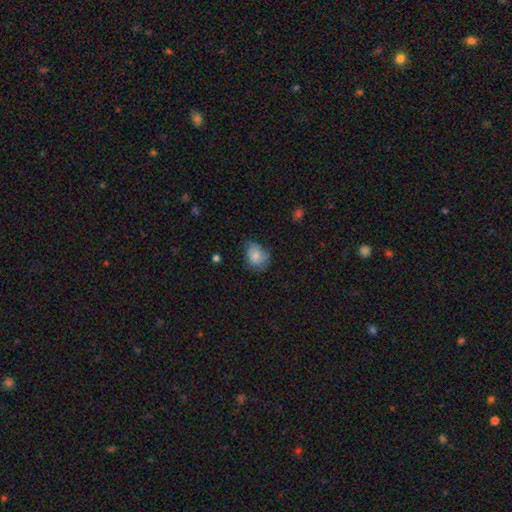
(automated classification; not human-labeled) A smooth galaxy with no disk features (74%) that is in between round and cigar-shaped (63%). Merging: none (49%).